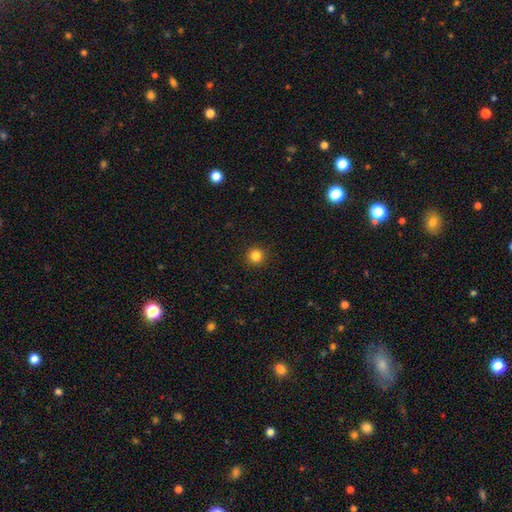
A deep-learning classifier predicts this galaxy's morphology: Smooth or featured? Predicted: smooth (p=0.84). How rounded? Predicted: round (p=0.95). Merging? Predicted: none (p=0.93).